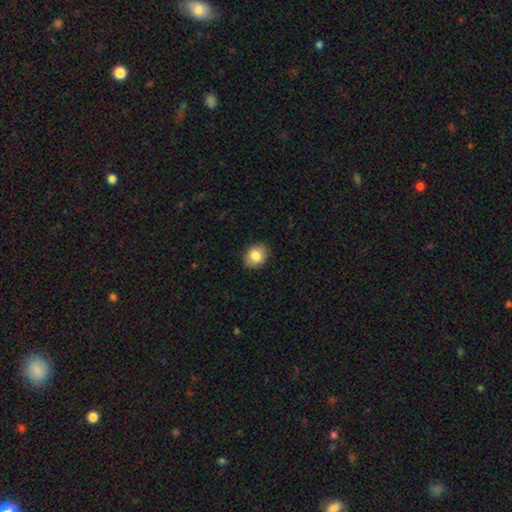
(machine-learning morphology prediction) This appears to be a smooth galaxy with no disk features (84%) that is round (56%). Merging: none (89%).